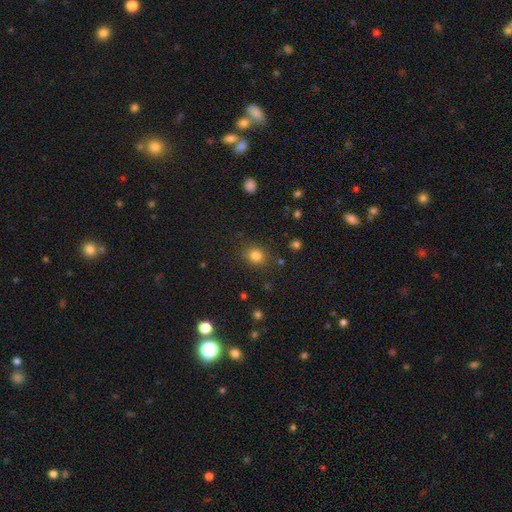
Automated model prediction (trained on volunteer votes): Morphology: type=smooth (81%); roundness=round (74%); merging=none (85%).